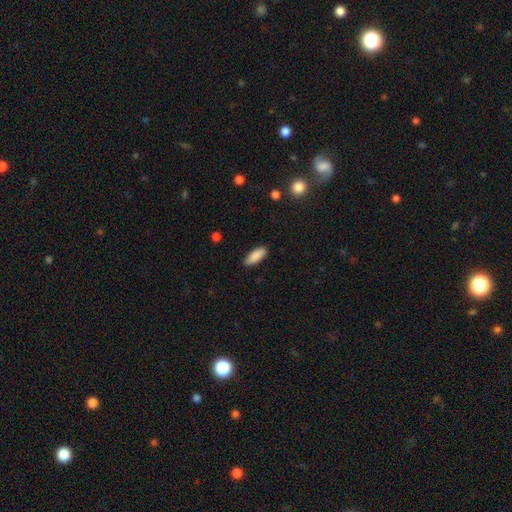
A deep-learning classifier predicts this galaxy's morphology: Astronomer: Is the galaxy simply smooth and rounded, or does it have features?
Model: smooth — 89%.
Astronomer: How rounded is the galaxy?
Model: in between — 74%.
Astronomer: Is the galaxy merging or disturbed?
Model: none — 87%.